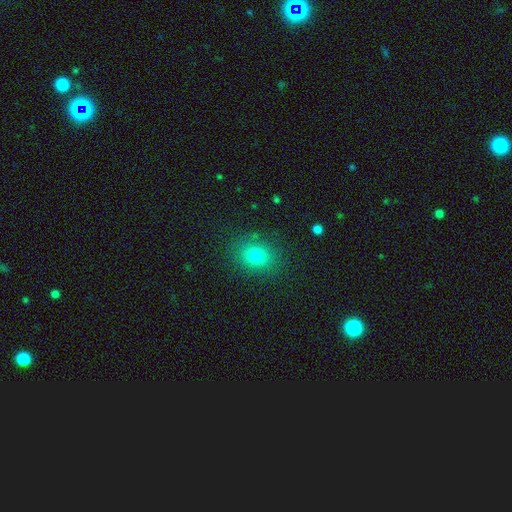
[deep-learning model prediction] Q: Smooth or featured?
A: smooth (78%); runner-up: star or artifact (14%)
Q: How rounded?
A: round (51%); runner-up: in between (48%)
Q: Merging?
A: none (85%); runner-up: minor disturbance (10%)